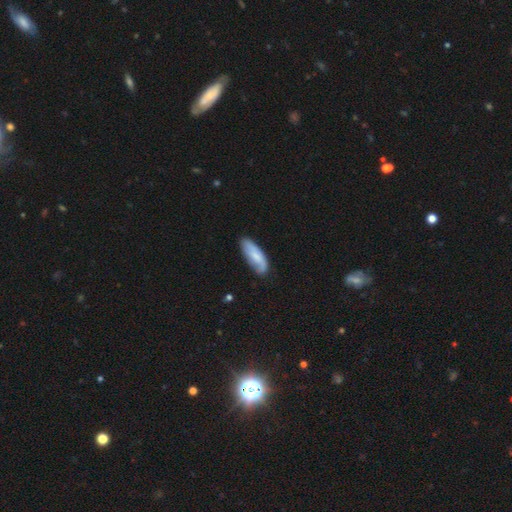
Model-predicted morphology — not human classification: smooth_or_featured: smooth (p=0.62) [alt: featured or disk p=0.32]
how_rounded: in between (p=0.68) [alt: cigar-shaped p=0.30]
merging: none (p=0.68) [alt: minor disturbance p=0.24]